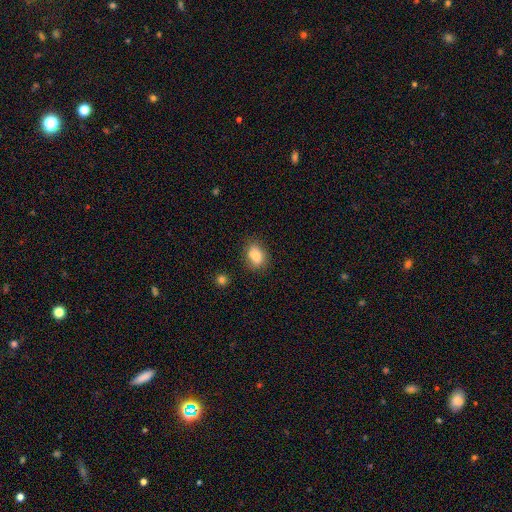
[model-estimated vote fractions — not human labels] smooth-or-featured: smooth: 82% | featured or disk: 9% | star or artifact: 9%
  how-rounded: in between: 71% | round: 28% | cigar-shaped: 1%
  merging: none: 79% | minor disturbance: 15% | major disturbance: 4% | merger: 2%